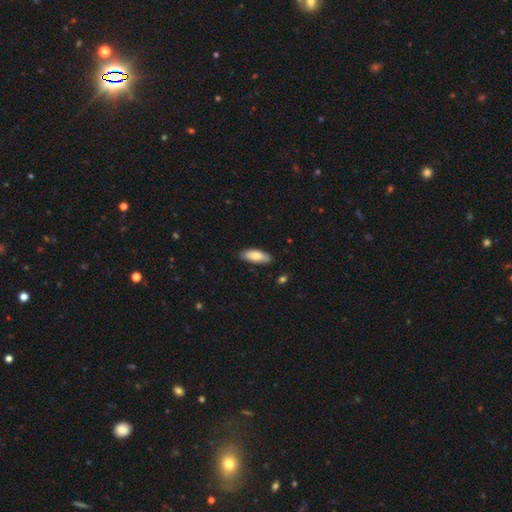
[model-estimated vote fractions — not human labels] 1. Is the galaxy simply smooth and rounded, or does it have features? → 79% smooth, 15% featured or disk, 6% star or artifact.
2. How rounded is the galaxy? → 74% in between, 24% cigar-shaped, 2% round.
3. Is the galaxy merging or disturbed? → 85% none, 12% minor disturbance, 2% major disturbance, 1% merger.